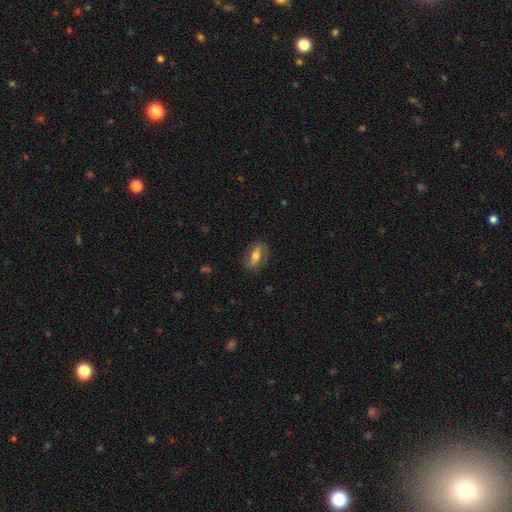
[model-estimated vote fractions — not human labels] Q: Smooth or featured?
A: featured or disk (54%); runner-up: smooth (38%)
Q: Edge-on disk?
A: no (80%); runner-up: yes (20%)
Q: Merging?
A: none (77%); runner-up: minor disturbance (16%)